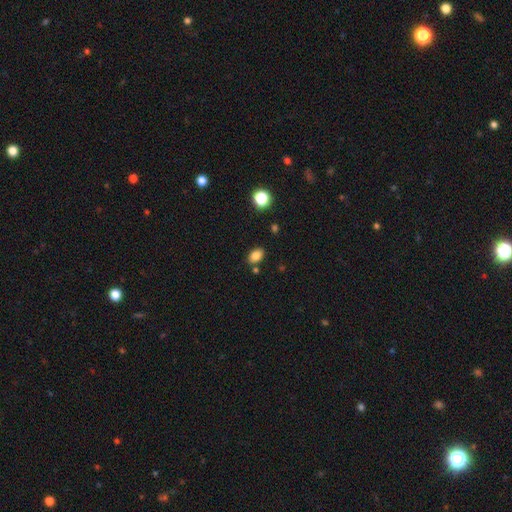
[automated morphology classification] Smooth or featured?
  - smooth: 84% *
  - star or artifact: 10%
  - featured or disk: 6%
How rounded?
  - in between: 84% *
  - round: 14%
  - cigar-shaped: 1%
Merging?
  - none: 80% *
  - minor disturbance: 11%
  - merger: 6%
  - major disturbance: 3%